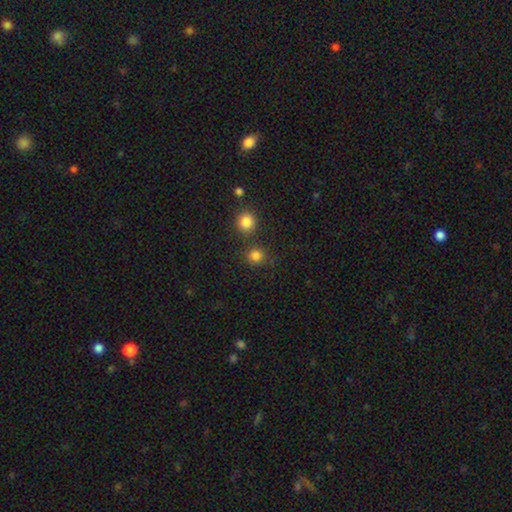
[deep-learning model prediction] Overall: smooth (81%). How rounded: round (89%). Merging: none (78%).